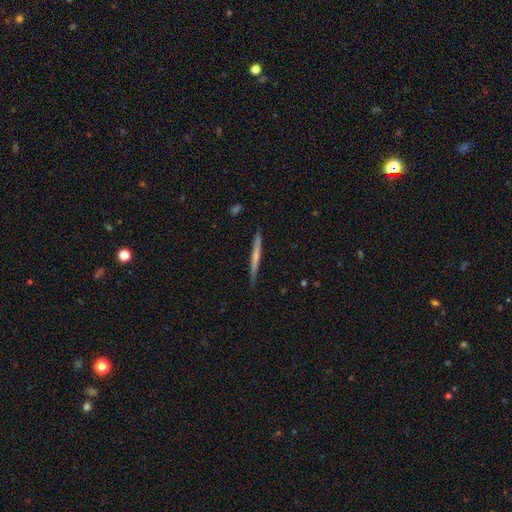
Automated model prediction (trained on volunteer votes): This appears to be a featured or disk galaxy (47%, tied with smooth). Merging: none (89%).